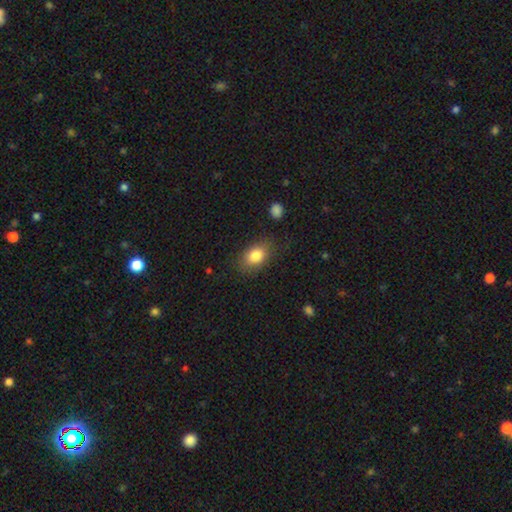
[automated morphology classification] Q: Smooth or featured?
A: smooth (83%); runner-up: featured or disk (9%)
Q: How rounded?
A: in between (81%); runner-up: round (17%)
Q: Merging?
A: none (79%); runner-up: minor disturbance (15%)